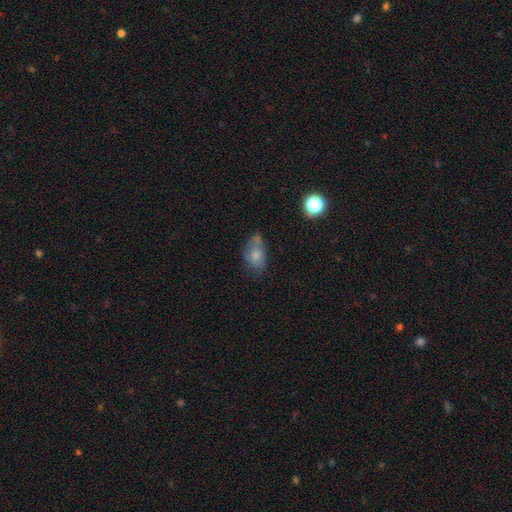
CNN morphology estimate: Smooth or featured?
  - smooth: 71% *
  - featured or disk: 19%
  - star or artifact: 10%
How rounded?
  - in between: 81% *
  - round: 17%
  - cigar-shaped: 2%
Merging?
  - none: 38% *
  - minor disturbance: 29%
  - merger: 17%
  - major disturbance: 16%